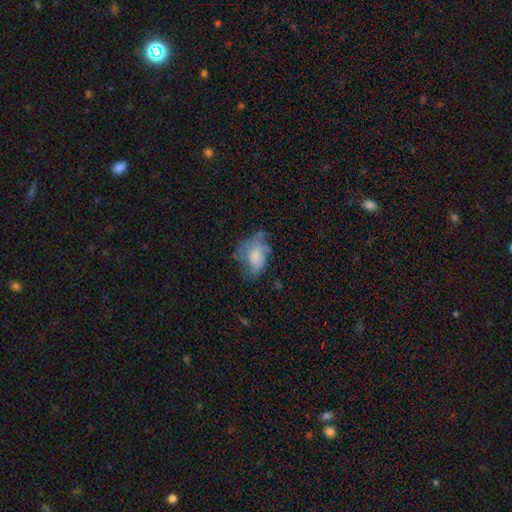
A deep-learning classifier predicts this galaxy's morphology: type=featured or disk (49%); merging=none (42%).